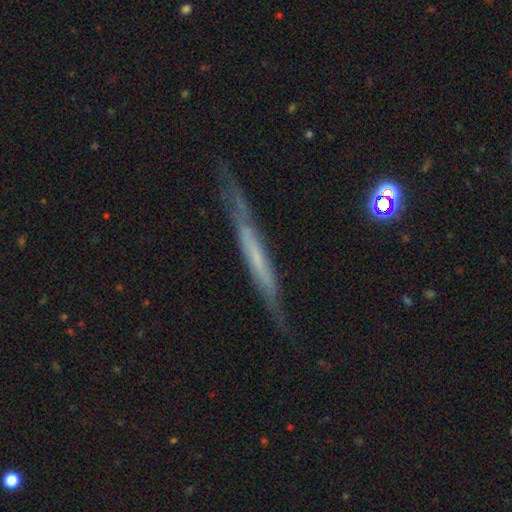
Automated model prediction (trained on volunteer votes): This is likely a featured or disk galaxy (63%). It is clearly viewed edge-on (90%). Edge-on bulge: clearly none (83%). Merging: likely none (78%).